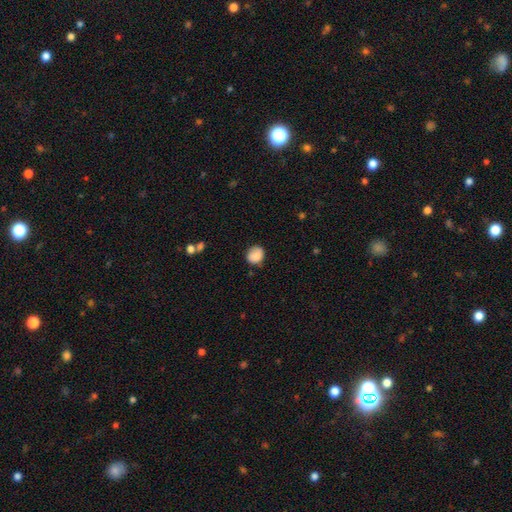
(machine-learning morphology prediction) smooth-or-featured: smooth: 84% | featured or disk: 8% | star or artifact: 8%
  how-rounded: round: 75% | in between: 24% | cigar-shaped: 1%
  merging: none: 74% | minor disturbance: 20% | major disturbance: 4% | merger: 2%